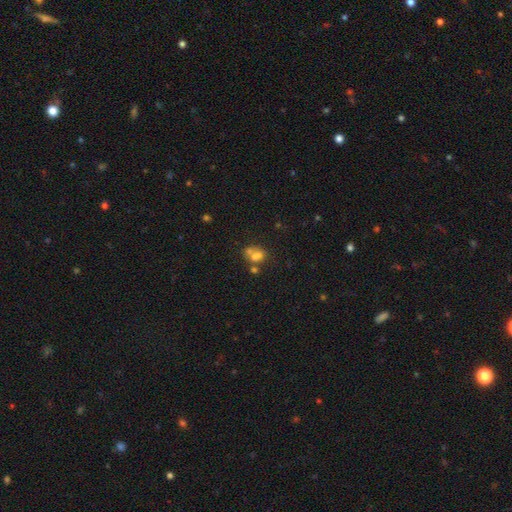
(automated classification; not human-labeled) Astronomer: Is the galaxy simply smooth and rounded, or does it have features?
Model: smooth — 62%.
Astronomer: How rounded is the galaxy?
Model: in between — 51% (runner-up: round, 47%).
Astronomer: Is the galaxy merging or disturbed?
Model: merger — 54%.